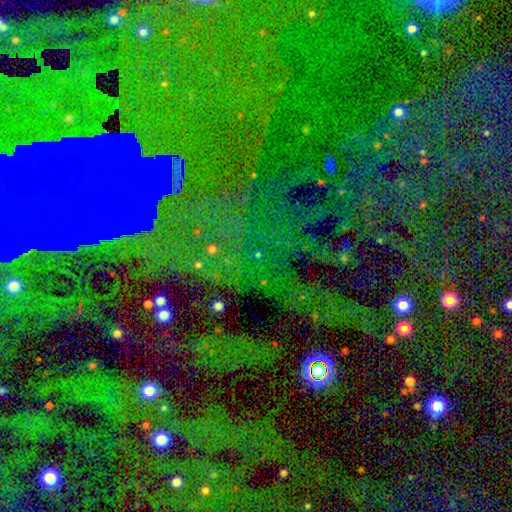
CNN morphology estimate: This is likely a star or artifact rather than a galaxy (70%).